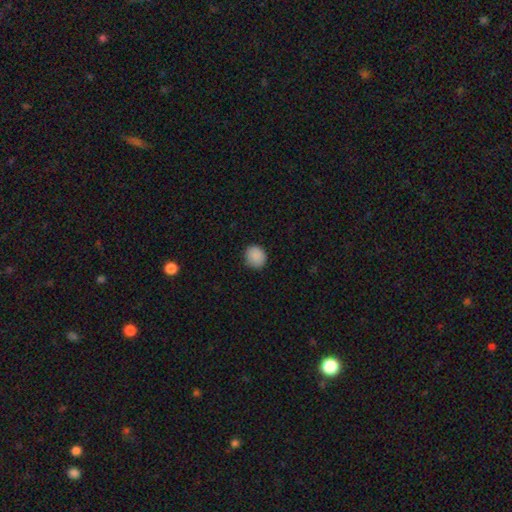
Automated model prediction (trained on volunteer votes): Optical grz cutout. It shows a smooth galaxy with no disk features (88%) that is round (79%). Merging: none (87%).